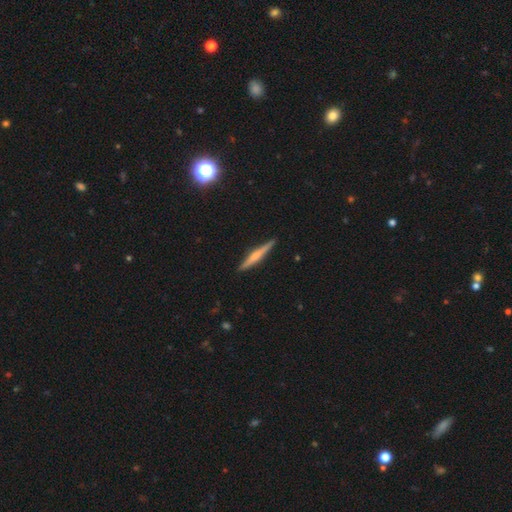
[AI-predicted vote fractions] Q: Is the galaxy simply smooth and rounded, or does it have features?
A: featured or disk — 61%.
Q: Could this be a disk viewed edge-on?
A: yes — 98%.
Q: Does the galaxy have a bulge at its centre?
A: rounded — 68%.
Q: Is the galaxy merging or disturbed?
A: none — 91%.